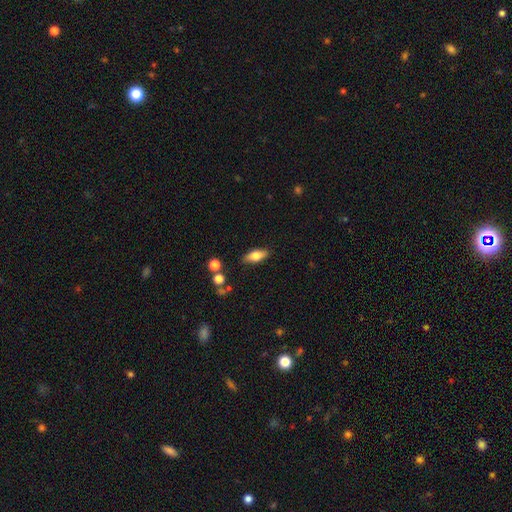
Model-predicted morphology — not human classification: Smooth or featured?
  - smooth: 71% *
  - featured or disk: 21%
  - star or artifact: 7%
How rounded?
  - in between: 81% *
  - cigar-shaped: 16%
  - round: 3%
Merging?
  - none: 85% *
  - minor disturbance: 10%
  - major disturbance: 2%
  - merger: 2%